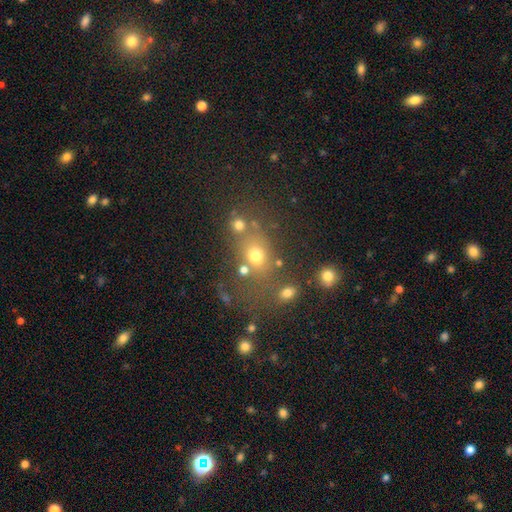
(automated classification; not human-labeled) This appears to be a smooth galaxy with no disk features (67%) that is in between round and cigar-shaped (51%). Merging: none (58%).